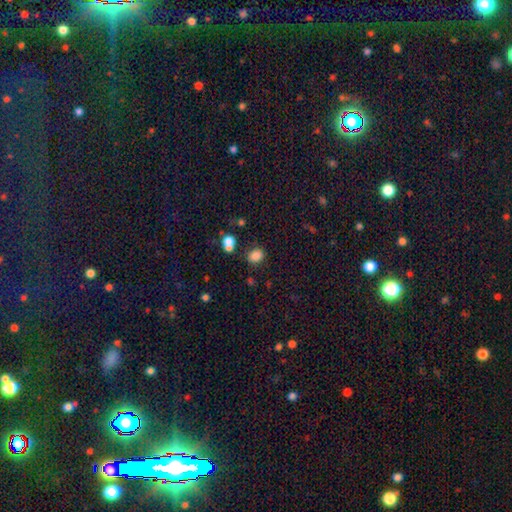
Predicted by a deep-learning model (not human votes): Morphology: type=smooth (82%); roundness=in between (53%); merging=none (75%).